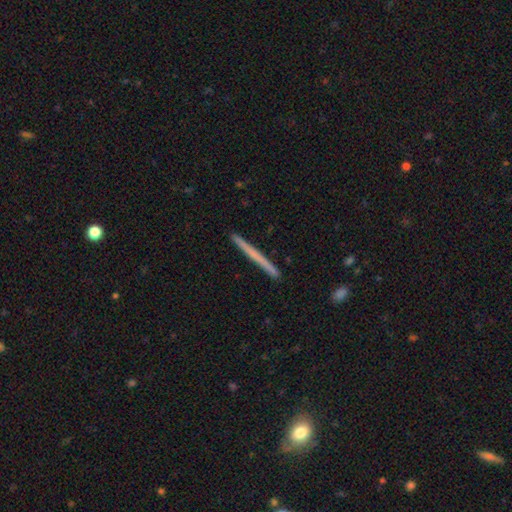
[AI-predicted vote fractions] Morphology: type=smooth (49%); merging=none (93%).